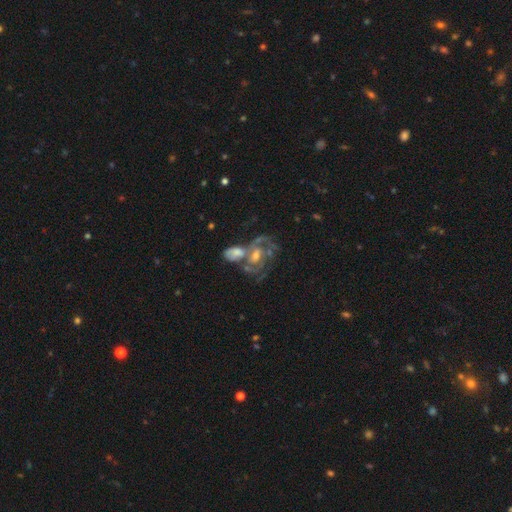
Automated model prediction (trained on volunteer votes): This is clearly a featured or disk galaxy (81%). It is clearly not viewed edge-on (97%). Bar: possibly no (51%). Spiral arm pattern: clearly yes (85%). Spiral arm count: marginally 2 (43%). Spiral winding: marginally medium (44%). Central bulge: possibly moderate (58%). Merging: possibly merger (50%).